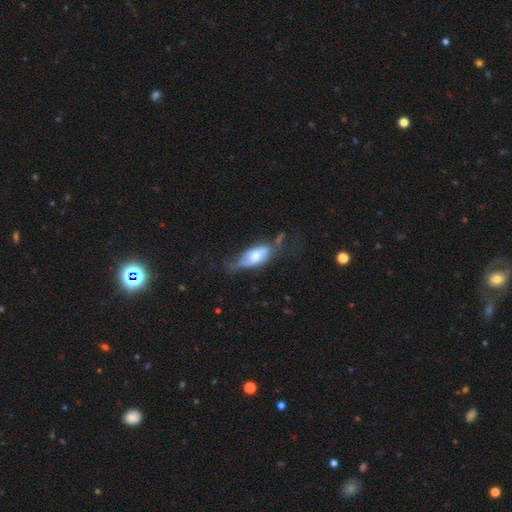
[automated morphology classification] Smooth or featured? smooth (49%)
Merging? none (40%)